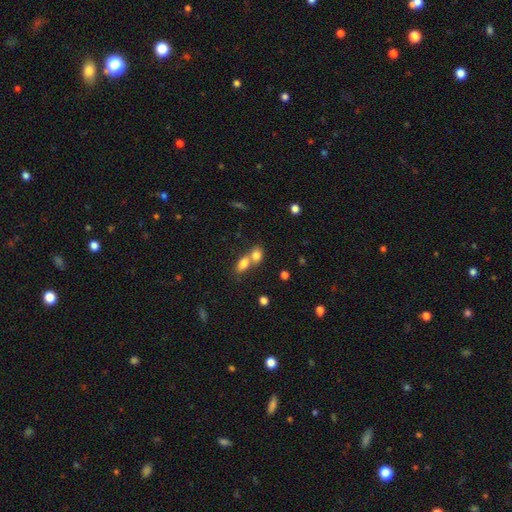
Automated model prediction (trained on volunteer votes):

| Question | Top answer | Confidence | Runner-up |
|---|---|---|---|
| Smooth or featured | smooth | 80% | featured or disk (10%) |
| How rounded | in between | 70% | round (27%) |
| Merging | merger | 64% | none (27%) |